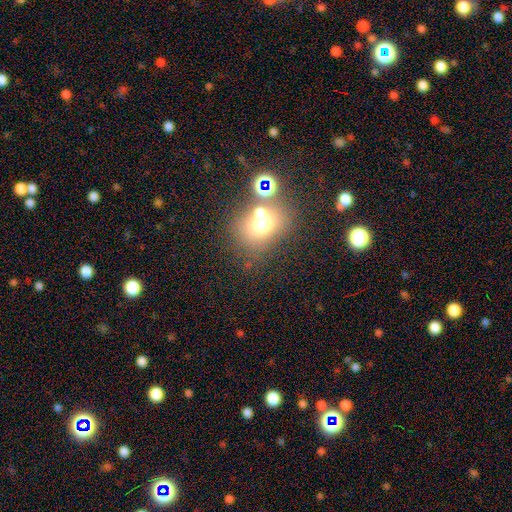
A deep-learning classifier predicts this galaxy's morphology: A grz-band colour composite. It shows a smooth galaxy with no disk features (47%). Merging: none (65%).